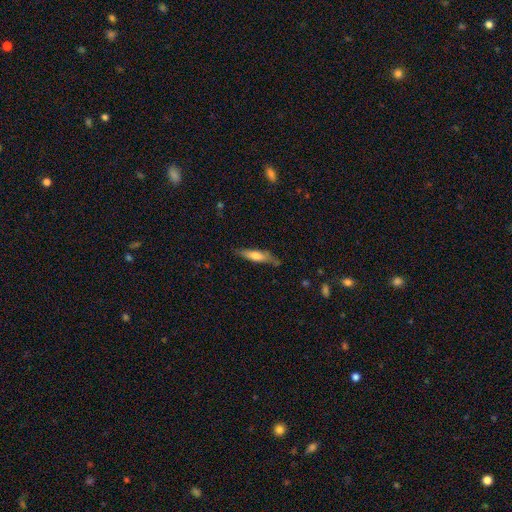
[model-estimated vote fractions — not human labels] Smooth or featured? smooth (60%)
How rounded? cigar-shaped (76%)
Merging? none (71%)